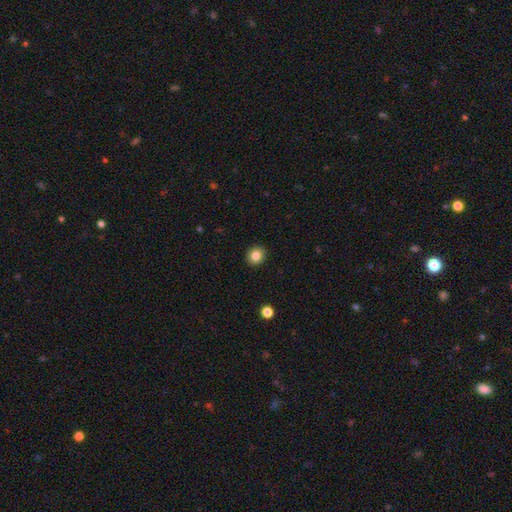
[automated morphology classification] Smooth or featured? Predicted: smooth (p=0.83). How rounded? Predicted: round (p=0.85). Merging? Predicted: none (p=0.92).